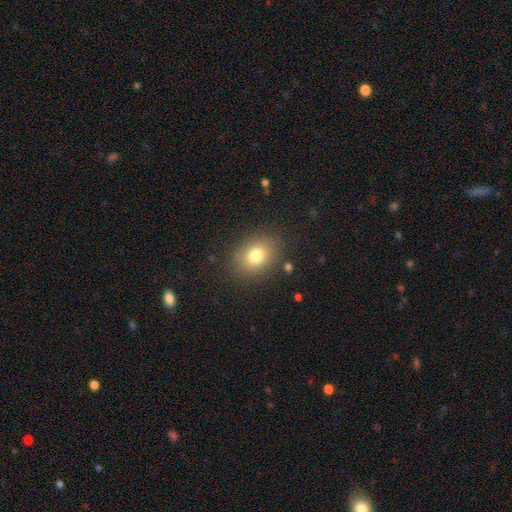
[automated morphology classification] A smooth galaxy with no disk features (78%) that is in between round and cigar-shaped (55%). Merging: none (83%).